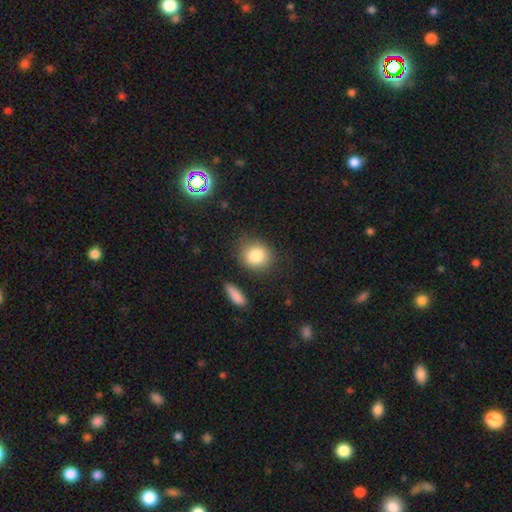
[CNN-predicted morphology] smooth 83%, star or artifact 9%, featured or disk 8%. Down the decision tree: how rounded — round (71%); merging — none (77%).